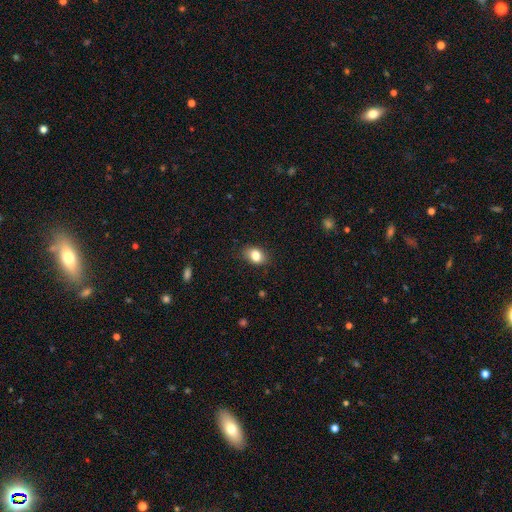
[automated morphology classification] Smooth or featured? smooth (83%)
How rounded? in between (74%)
Merging? none (83%)